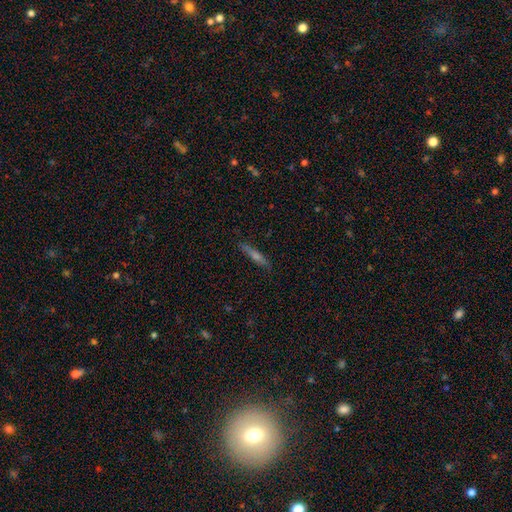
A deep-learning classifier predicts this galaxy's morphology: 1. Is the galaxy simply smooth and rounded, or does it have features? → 54% featured or disk, 37% smooth, 9% star or artifact.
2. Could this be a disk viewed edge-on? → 95% yes, 5% no.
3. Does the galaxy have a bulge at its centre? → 71% rounded, 20% none, 9% boxy.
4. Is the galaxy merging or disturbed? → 88% none, 9% minor disturbance, 2% major disturbance, 1% merger.